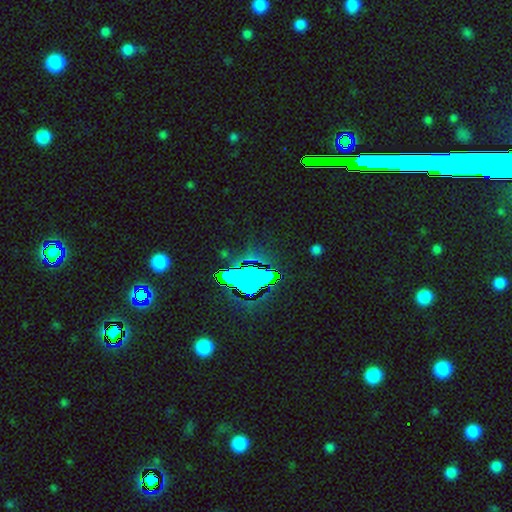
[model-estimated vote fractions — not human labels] Q: Smooth or featured?
A: star or artifact (79%); runner-up: smooth (10%)